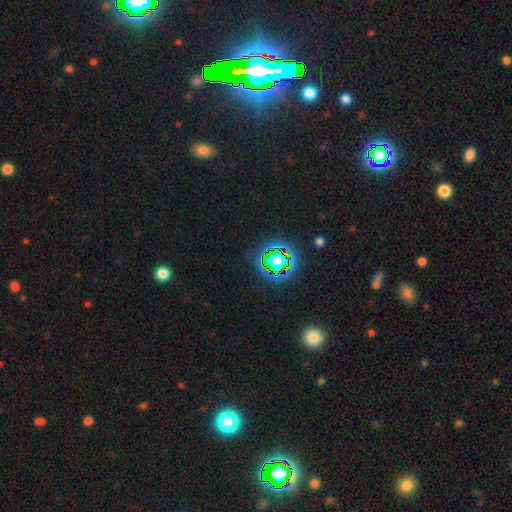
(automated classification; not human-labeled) This appears to be a star or artifact, not a galaxy (78%).